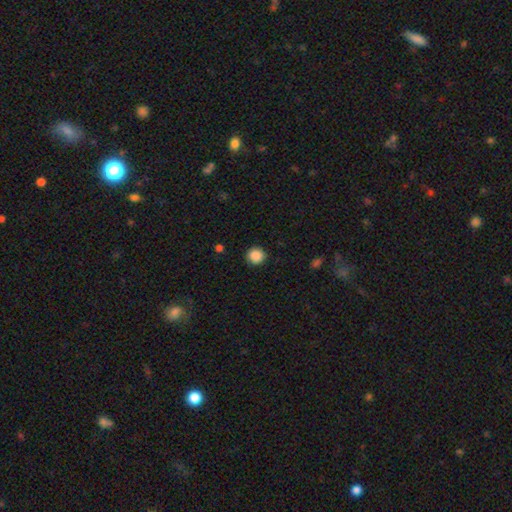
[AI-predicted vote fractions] Smooth or featured?
  - smooth: 88% *
  - star or artifact: 10%
  - featured or disk: 2%
How rounded?
  - round: 94% *
  - in between: 5%
  - cigar-shaped: 1%
Merging?
  - none: 91% *
  - minor disturbance: 6%
  - major disturbance: 2%
  - merger: 1%